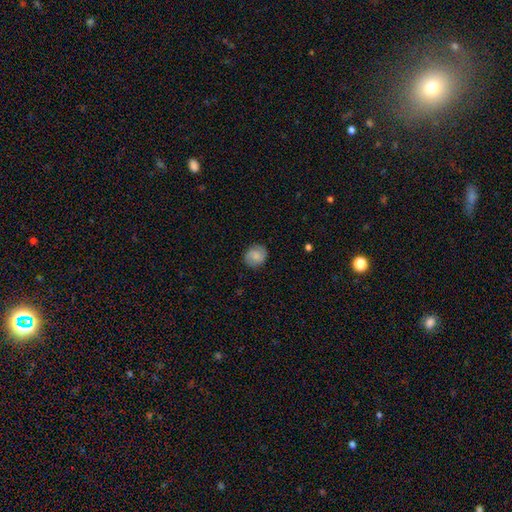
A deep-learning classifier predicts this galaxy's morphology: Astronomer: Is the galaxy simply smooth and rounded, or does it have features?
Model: smooth — 55% (runner-up: featured or disk, 36%).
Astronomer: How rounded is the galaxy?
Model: round — 71%.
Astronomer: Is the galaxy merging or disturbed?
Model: none — 83%.